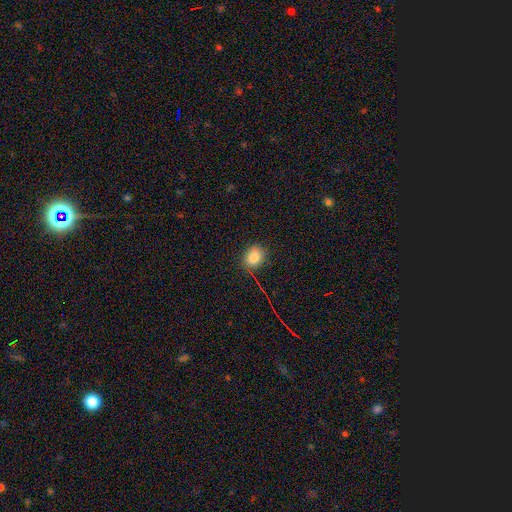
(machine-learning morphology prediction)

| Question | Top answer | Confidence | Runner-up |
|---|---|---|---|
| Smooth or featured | smooth | 80% | star or artifact (13%) |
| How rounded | in between | 53% | round (45%) |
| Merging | none | 83% | minor disturbance (12%) |